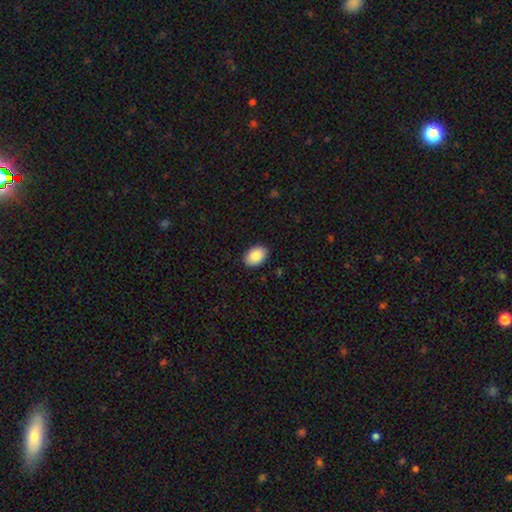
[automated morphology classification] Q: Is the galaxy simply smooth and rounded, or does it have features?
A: smooth — 90%.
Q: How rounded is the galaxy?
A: in between — 87%.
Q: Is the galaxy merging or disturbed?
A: none — 90%.